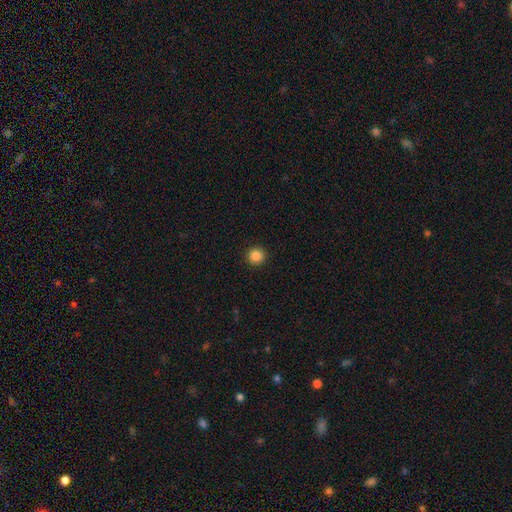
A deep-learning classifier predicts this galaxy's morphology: Overall: smooth (86%). How rounded: round (95%). Merging: none (93%).